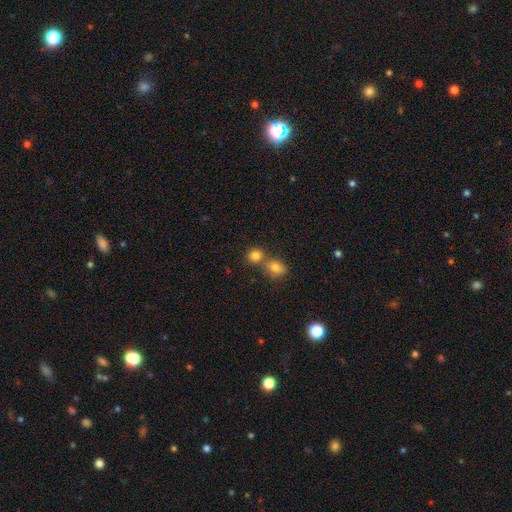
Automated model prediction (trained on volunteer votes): smooth-or-featured: smooth: 81% | star or artifact: 12% | featured or disk: 7%
  how-rounded: round: 80% | in between: 18% | cigar-shaped: 1%
  merging: none: 53% | merger: 38% | minor disturbance: 7% | major disturbance: 3%